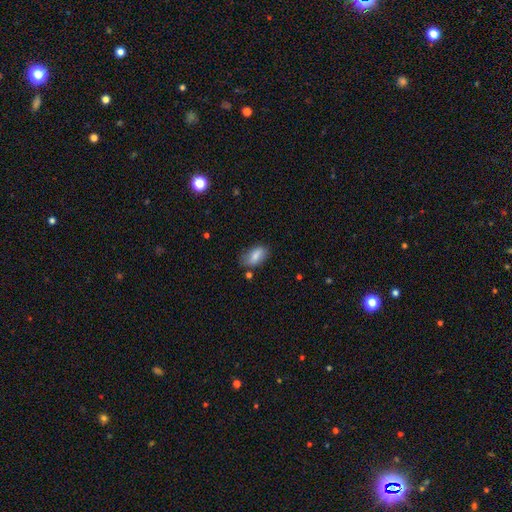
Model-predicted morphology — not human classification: smooth-or-featured: smooth: 78% | featured or disk: 15% | star or artifact: 7%
  how-rounded: in between: 91% | round: 5% | cigar-shaped: 4%
  merging: none: 71% | minor disturbance: 21% | major disturbance: 5% | merger: 3%